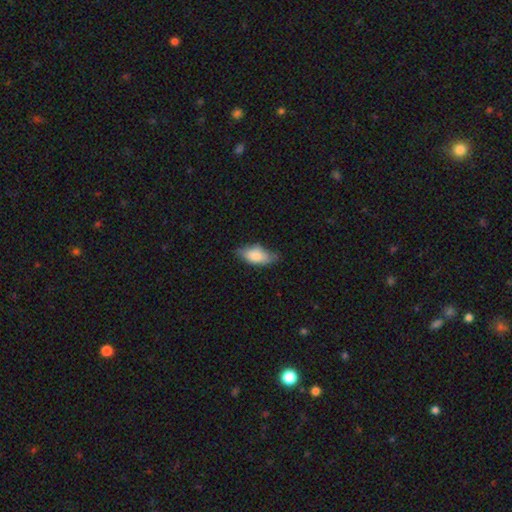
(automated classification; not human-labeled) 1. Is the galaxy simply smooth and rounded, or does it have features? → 81% smooth, 13% featured or disk, 6% star or artifact.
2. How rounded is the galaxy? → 88% in between, 9% cigar-shaped, 3% round.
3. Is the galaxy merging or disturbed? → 59% none, 34% minor disturbance, 6% major disturbance, 2% merger.